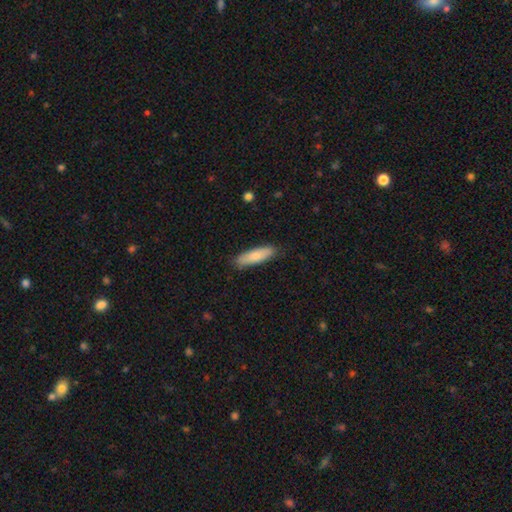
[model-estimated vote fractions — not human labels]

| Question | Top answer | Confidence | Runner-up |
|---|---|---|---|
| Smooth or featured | smooth | 82% | featured or disk (13%) |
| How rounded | cigar-shaped | 61% | in between (37%) |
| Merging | none | 86% | minor disturbance (11%) |